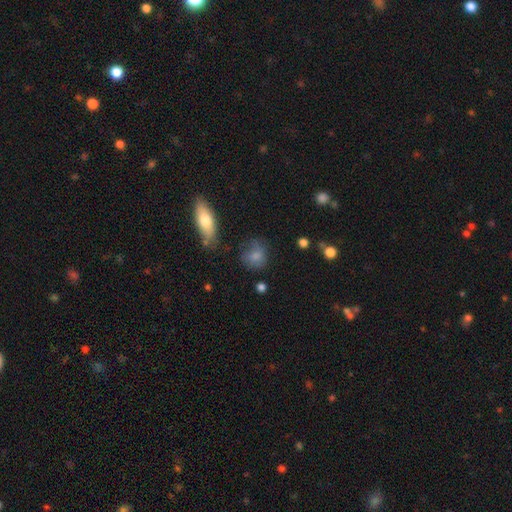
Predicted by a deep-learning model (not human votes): Overall: smooth (78%). How rounded: round (65%; in between 33%). Merging: none (55%; minor disturbance 27%).